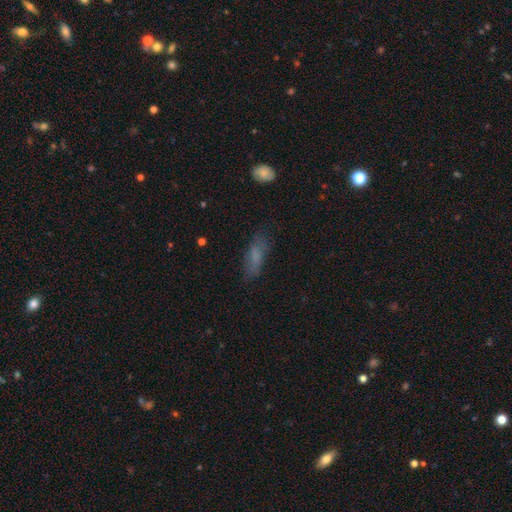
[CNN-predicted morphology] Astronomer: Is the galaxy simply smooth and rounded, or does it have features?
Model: smooth — 70%.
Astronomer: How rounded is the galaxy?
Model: in between — 56% (runner-up: cigar-shaped, 42%).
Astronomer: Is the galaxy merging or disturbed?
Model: none — 71%.